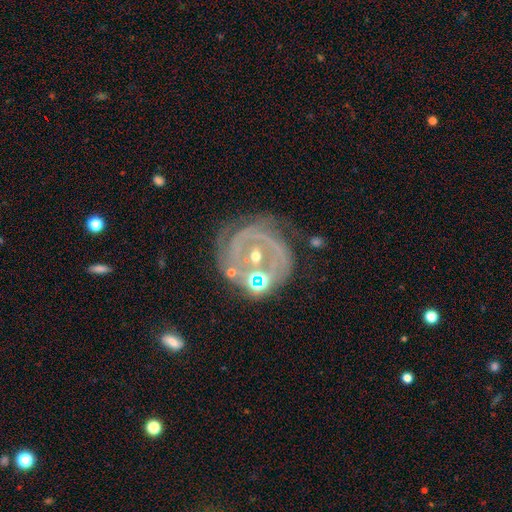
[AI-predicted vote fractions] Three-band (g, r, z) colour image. It shows a featured or disk galaxy (80%) with no bar (56%), 2 (45%) tight (57%) spiral arms (82%) and a small central bulge (57%). Merging: none (54%).